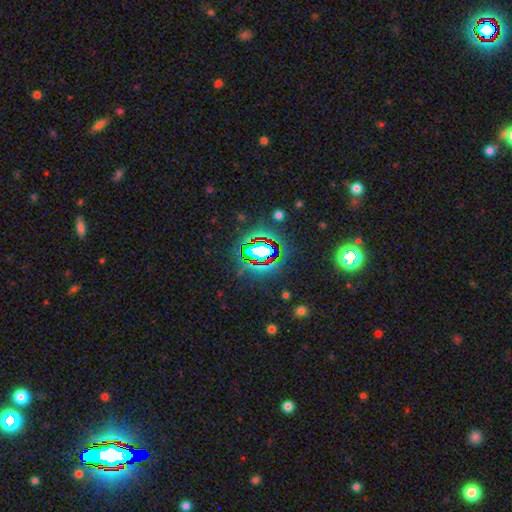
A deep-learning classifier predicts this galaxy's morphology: type=star or artifact (70%).